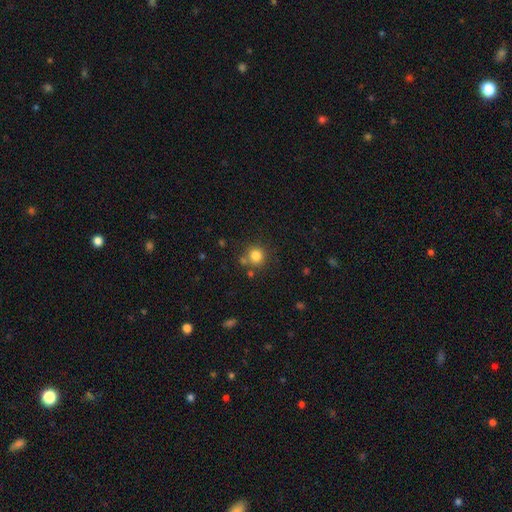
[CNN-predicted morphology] smooth 82%, star or artifact 12%, featured or disk 6%. Down the decision tree: how rounded — round (92%); merging — none (75%).